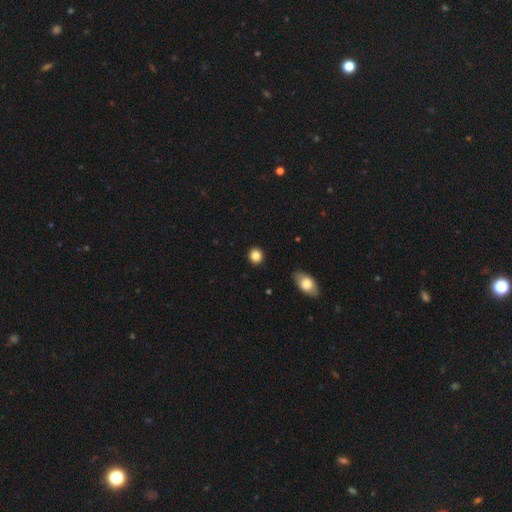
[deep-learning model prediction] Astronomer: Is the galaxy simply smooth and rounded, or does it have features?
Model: smooth — 85%.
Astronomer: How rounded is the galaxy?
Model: round — 87%.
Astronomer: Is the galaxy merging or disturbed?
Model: none — 91%.